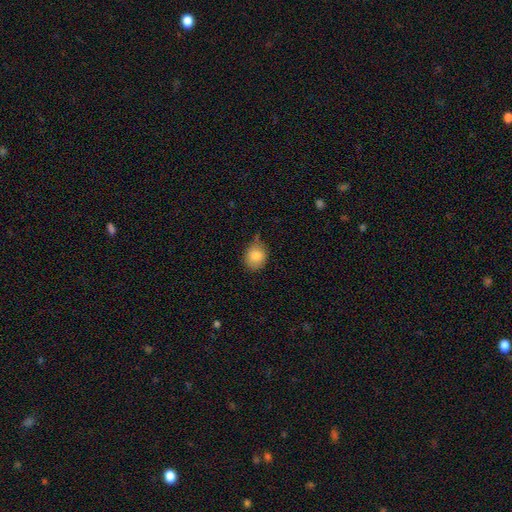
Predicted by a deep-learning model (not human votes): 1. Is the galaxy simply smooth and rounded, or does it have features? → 85% smooth, 8% star or artifact, 7% featured or disk.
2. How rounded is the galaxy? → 61% round, 38% in between, 1% cigar-shaped.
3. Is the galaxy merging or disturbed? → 62% none, 29% minor disturbance, 6% major disturbance, 3% merger.